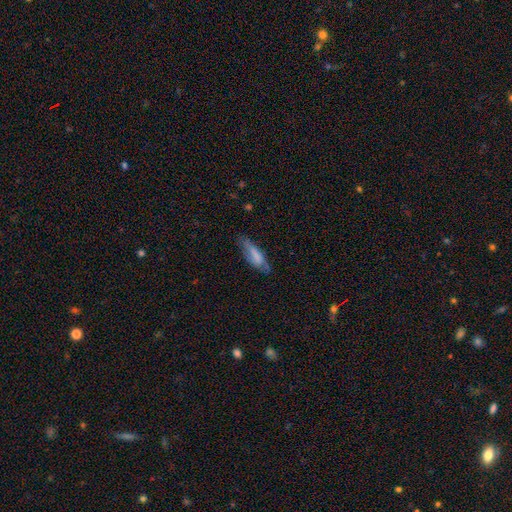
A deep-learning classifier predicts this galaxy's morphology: Smooth or featured? Predicted: smooth (p=0.67). How rounded? Predicted: cigar-shaped (p=0.55). Merging? Predicted: none (p=0.57).